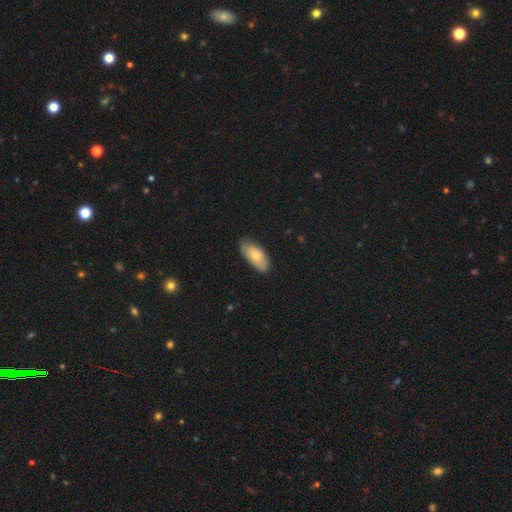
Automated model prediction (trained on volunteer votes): This appears to be a smooth galaxy with no disk features (70%) that is in between round and cigar-shaped (91%). Merging: none (75%).